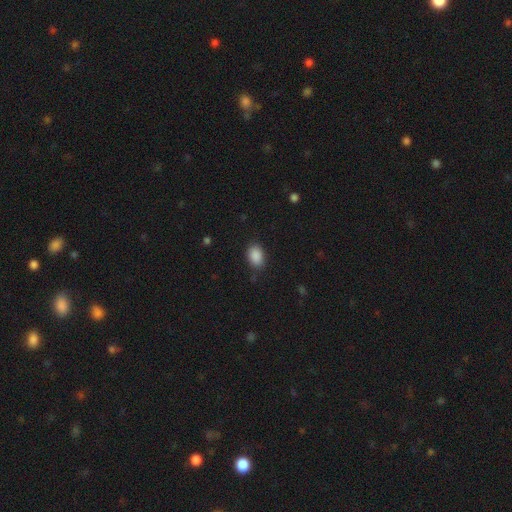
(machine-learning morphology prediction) Overall: smooth (89%). How rounded: in between (85%). Merging: none (84%).